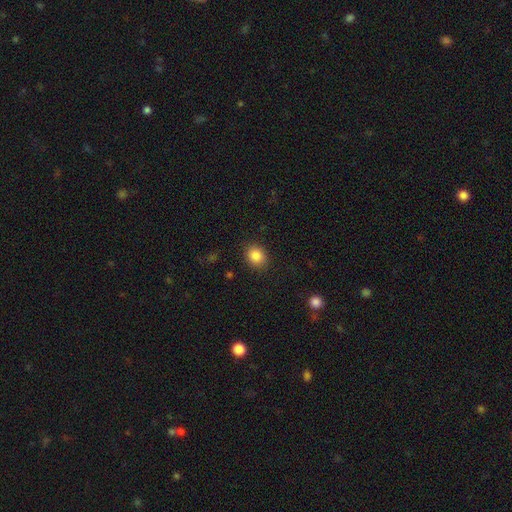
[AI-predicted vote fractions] Smooth or featured? Predicted: smooth (p=0.86). How rounded? Predicted: round (p=0.58). Merging? Predicted: none (p=0.87).